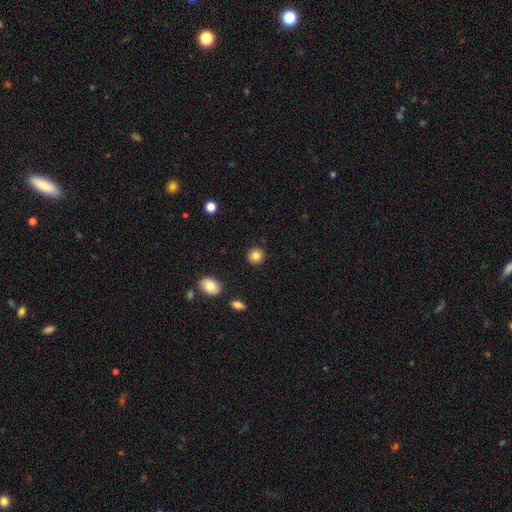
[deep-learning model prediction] smooth_or_featured: smooth (p=0.85) [alt: star or artifact p=0.09]
how_rounded: round (p=0.90) [alt: in between p=0.09]
merging: none (p=0.91) [alt: minor disturbance p=0.06]